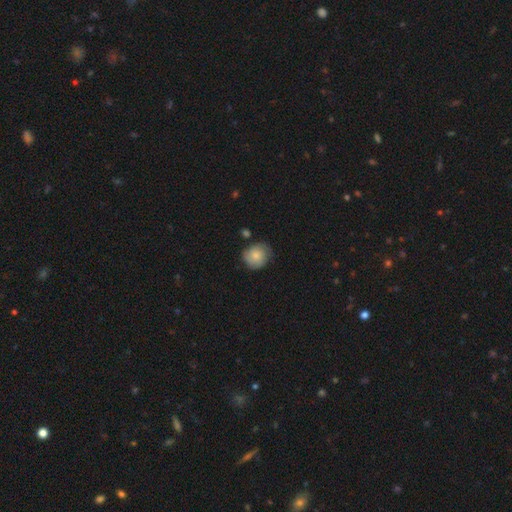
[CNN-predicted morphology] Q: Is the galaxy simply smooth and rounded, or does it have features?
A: smooth — 68%.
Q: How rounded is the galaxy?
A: round — 81%.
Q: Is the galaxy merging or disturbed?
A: none — 68%.